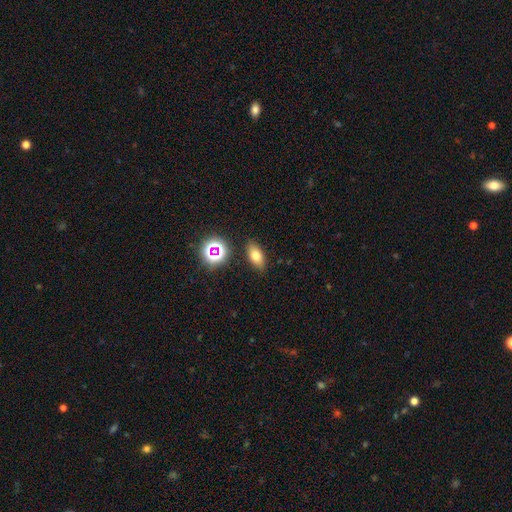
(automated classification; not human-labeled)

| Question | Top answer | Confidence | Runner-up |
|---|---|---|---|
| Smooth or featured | smooth | 72% | star or artifact (15%) |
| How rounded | in between | 83% | round (10%) |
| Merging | none | 86% | minor disturbance (9%) |